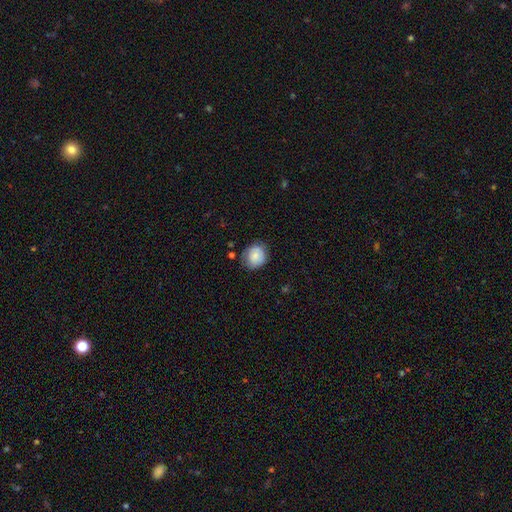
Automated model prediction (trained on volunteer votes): Smooth or featured: smooth — 78% (featured or disk — 14%)
How rounded: round — 70% (in between — 29%)
Merging: none — 68% (minor disturbance — 24%)